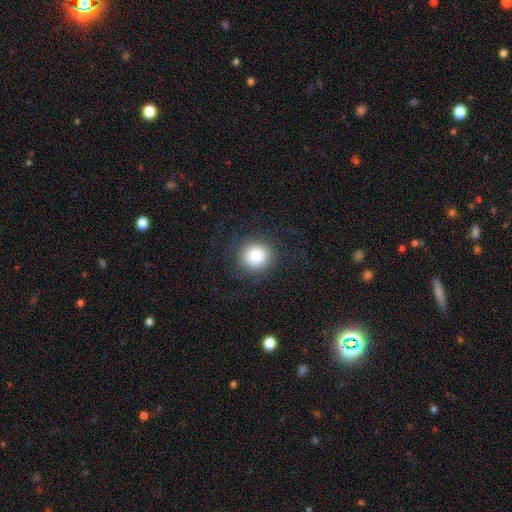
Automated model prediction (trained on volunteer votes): The model was most divided on "smooth or featured": smooth: 87%, star or artifact: 9%, featured or disk: 4%. More confident: how rounded — round (91%); merging — none (86%).